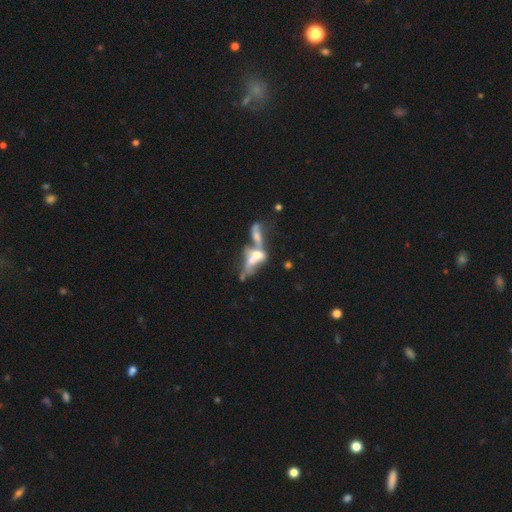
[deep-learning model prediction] Smooth or featured?
  - featured or disk: 54% *
  - smooth: 32%
  - star or artifact: 14%
Edge-on disk?
  - no: 88% *
  - yes: 12%
Merging?
  - merger: 71% *
  - major disturbance: 14%
  - none: 10%
  - minor disturbance: 5%